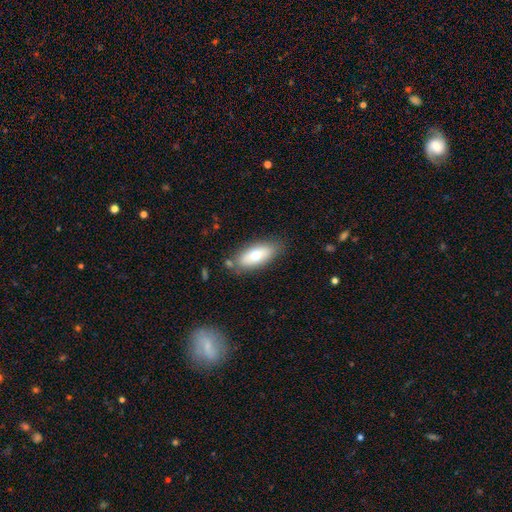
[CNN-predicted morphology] smooth 67%, featured or disk 25%, star or artifact 7%. Down the decision tree: how rounded — in between (85%); merging — none (78%).